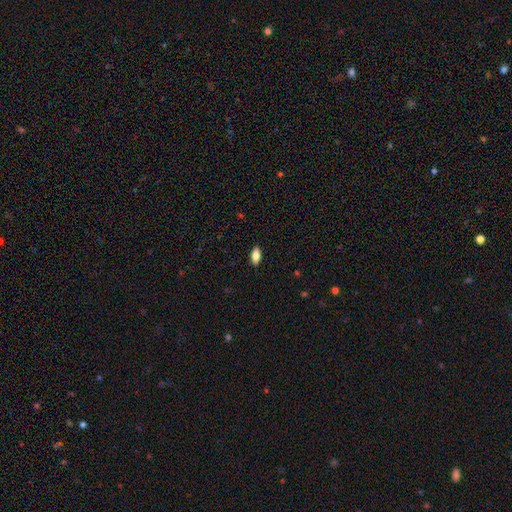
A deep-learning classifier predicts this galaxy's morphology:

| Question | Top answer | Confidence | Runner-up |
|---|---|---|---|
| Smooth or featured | smooth | 81% | featured or disk (12%) |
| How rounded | in between | 87% | cigar-shaped (10%) |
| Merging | none | 89% | minor disturbance (8%) |